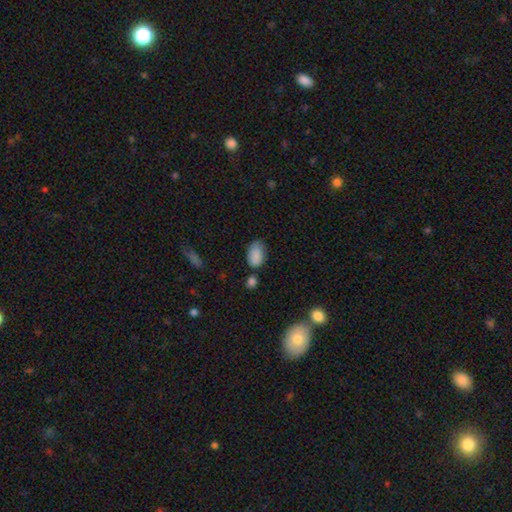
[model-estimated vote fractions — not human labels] A smooth galaxy with no disk features (86%) that is in between round and cigar-shaped (92%). Merging: none (60%).